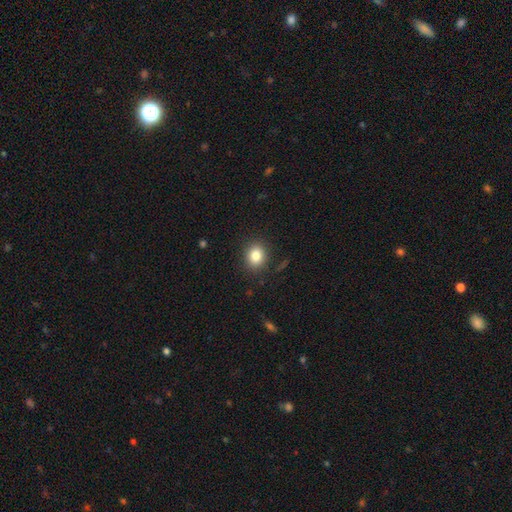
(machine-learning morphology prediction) A smooth galaxy with no disk features (83%) that is round (64%). Merging: none (88%).